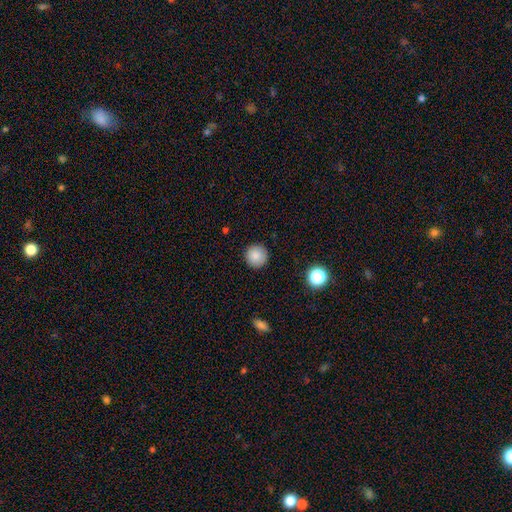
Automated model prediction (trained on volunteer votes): smooth-or-featured: smooth: 86% | star or artifact: 9% | featured or disk: 5%
  how-rounded: round: 95% | in between: 4% | cigar-shaped: 1%
  merging: none: 91% | minor disturbance: 6% | major disturbance: 2% | merger: 1%